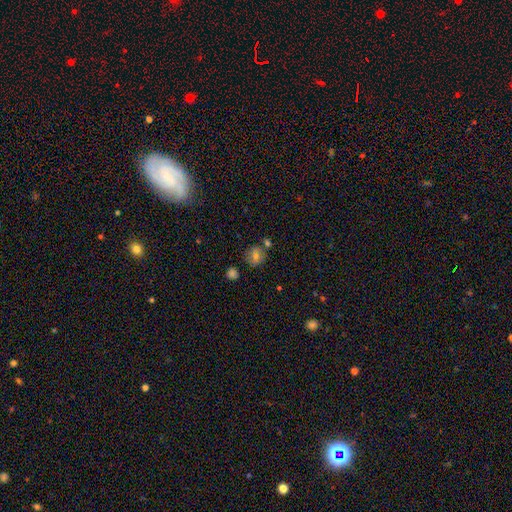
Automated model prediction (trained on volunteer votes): smooth 67%, featured or disk 17%, star or artifact 16%. Down the decision tree: how rounded — round (69%); merging — none (69%).